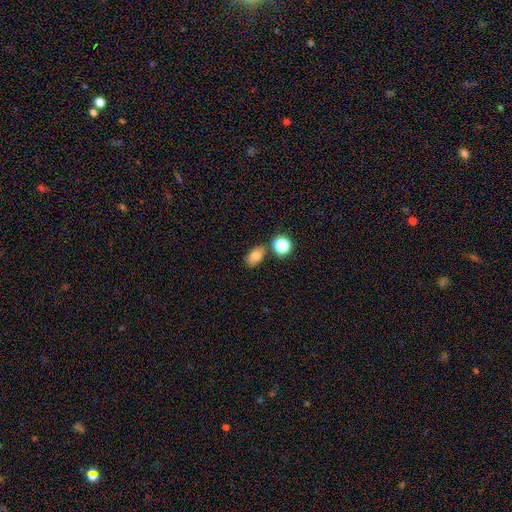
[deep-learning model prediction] Morphology: type=smooth (78%); roundness=in between (82%); merging=none (72%).